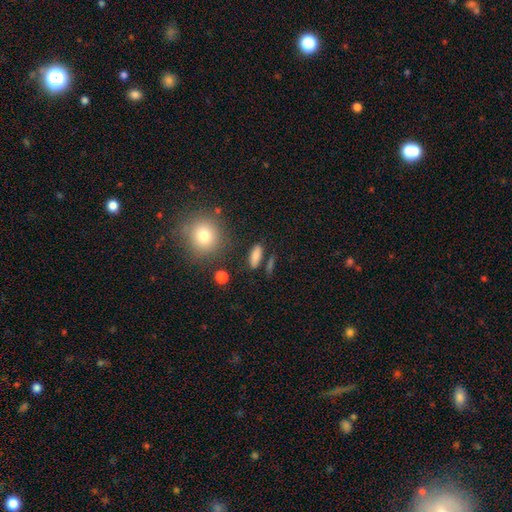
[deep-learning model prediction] smooth-or-featured: smooth: 83% | star or artifact: 9% | featured or disk: 8%
  how-rounded: in between: 66% | cigar-shaped: 28% | round: 6%
  merging: none: 82% | minor disturbance: 10% | merger: 5% | major disturbance: 3%